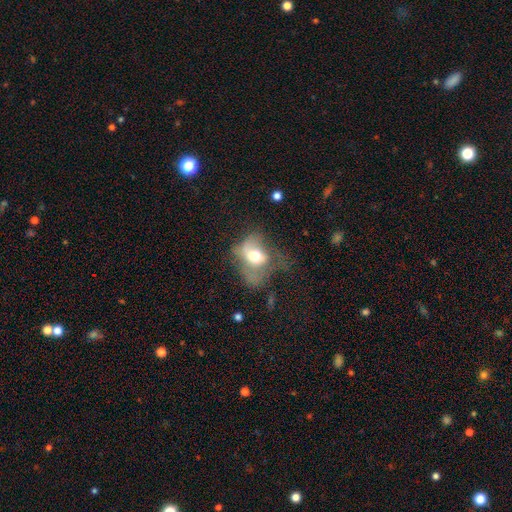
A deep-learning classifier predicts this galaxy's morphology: smooth-or-featured: smooth: 49% | featured or disk: 41% | star or artifact: 10%
  merging: major disturbance: 51% | minor disturbance: 22% | none: 22% | merger: 5%